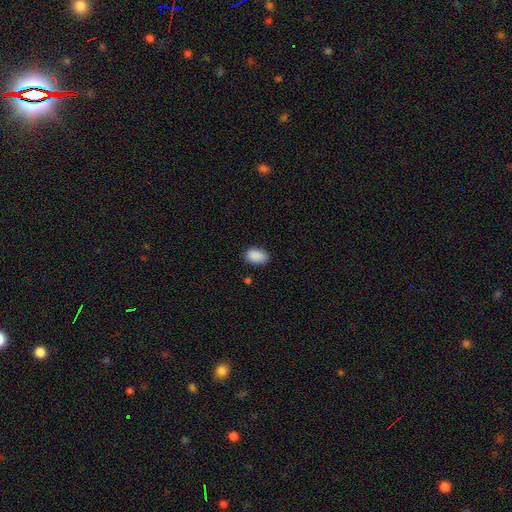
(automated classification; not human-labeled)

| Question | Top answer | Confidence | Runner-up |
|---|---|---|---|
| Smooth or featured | smooth | 90% | star or artifact (7%) |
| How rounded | in between | 89% | round (10%) |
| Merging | none | 85% | minor disturbance (12%) |